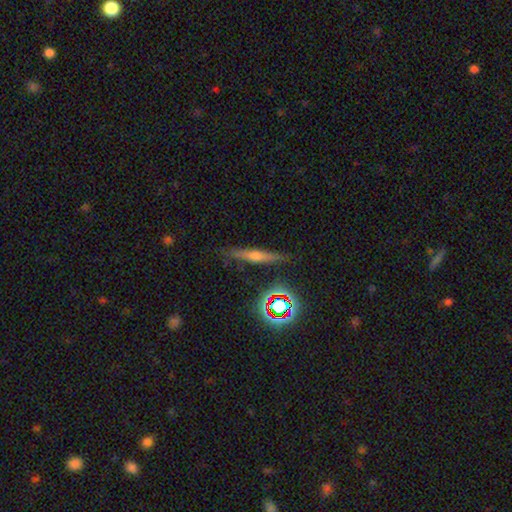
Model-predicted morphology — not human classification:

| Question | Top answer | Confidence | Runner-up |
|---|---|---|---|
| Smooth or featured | featured or disk | 51% | smooth (35%) |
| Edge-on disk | yes | 93% | no (7%) |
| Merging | none | 84% | minor disturbance (12%) |